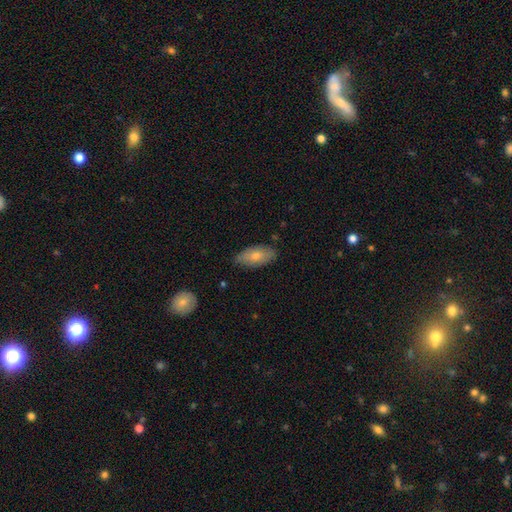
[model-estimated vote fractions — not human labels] Smooth or featured? smooth (61%)
How rounded? in between (88%)
Merging? none (80%)